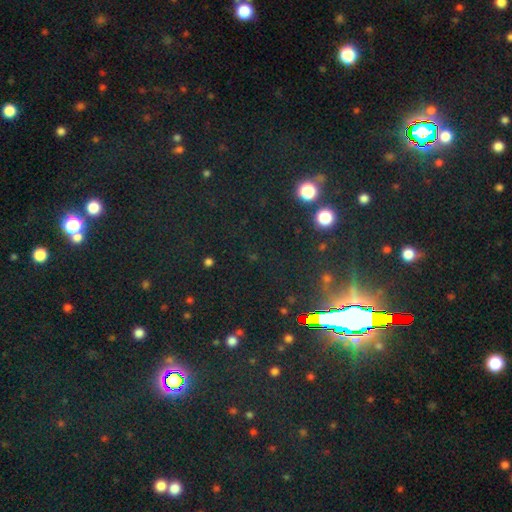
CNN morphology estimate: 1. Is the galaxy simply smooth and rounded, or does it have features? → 80% star or artifact, 12% smooth, 8% featured or disk.